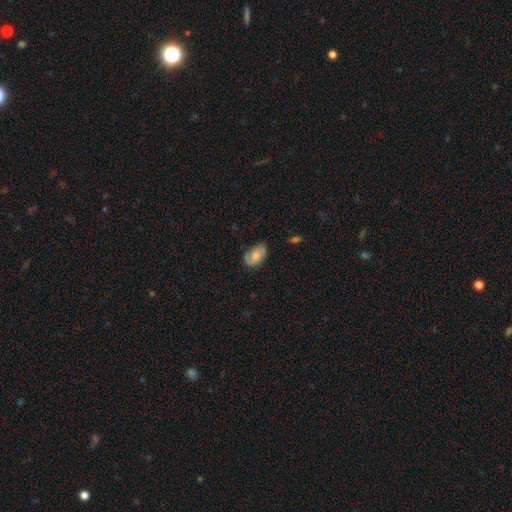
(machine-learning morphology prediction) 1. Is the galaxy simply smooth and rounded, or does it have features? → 65% smooth, 28% featured or disk, 8% star or artifact.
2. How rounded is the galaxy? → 90% in between, 9% round, 1% cigar-shaped.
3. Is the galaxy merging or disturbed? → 62% none, 28% minor disturbance, 9% major disturbance, 2% merger.